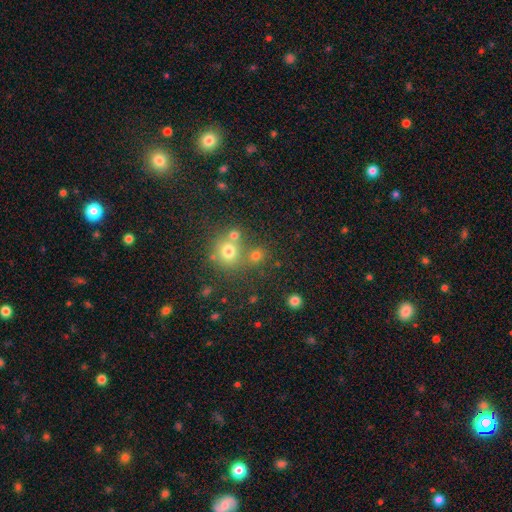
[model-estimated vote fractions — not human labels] smooth 62%, star or artifact 27%, featured or disk 11%. Down the decision tree: how rounded — round (86%); merging — none (59%).